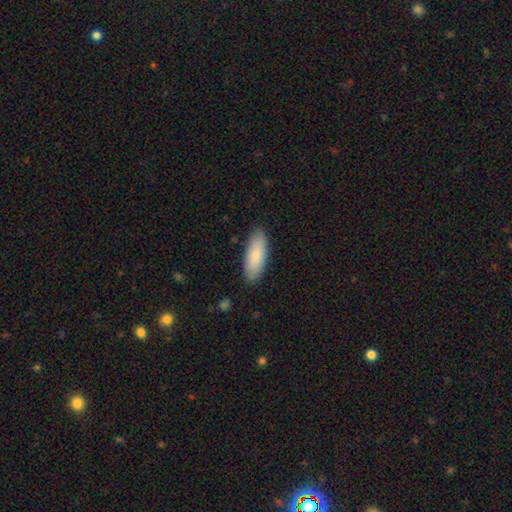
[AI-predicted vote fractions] Smooth or featured? Predicted: smooth (p=0.83). How rounded? Predicted: in between (p=0.73). Merging? Predicted: none (p=0.88).